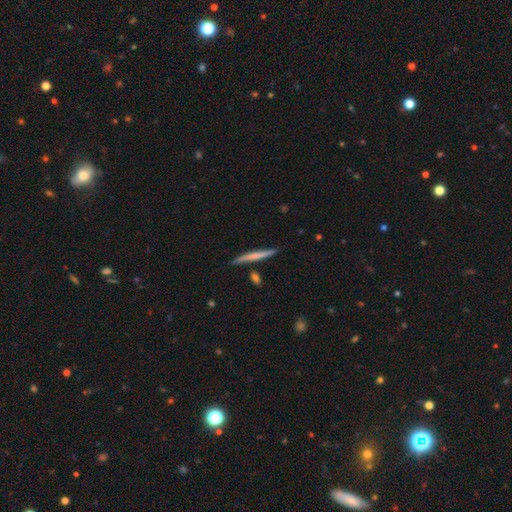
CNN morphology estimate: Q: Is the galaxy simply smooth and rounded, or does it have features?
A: smooth — 56%.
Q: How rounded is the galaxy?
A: cigar-shaped — 96%.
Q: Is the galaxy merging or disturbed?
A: none — 84%.